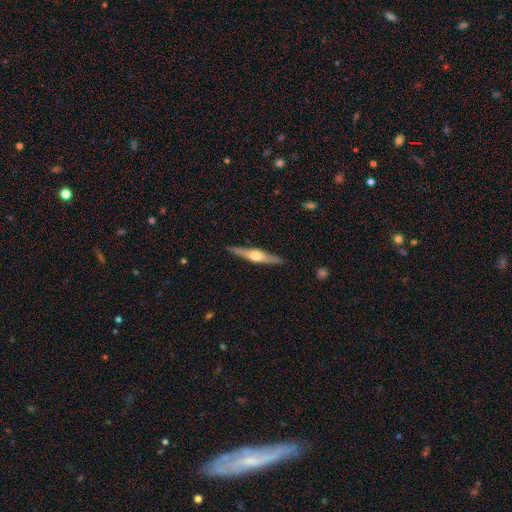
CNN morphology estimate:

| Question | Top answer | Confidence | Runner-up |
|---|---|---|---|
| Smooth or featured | featured or disk | 70% | smooth (25%) |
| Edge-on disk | yes | 97% | no (3%) |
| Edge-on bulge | rounded | 93% | boxy (5%) |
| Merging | none | 90% | minor disturbance (8%) |